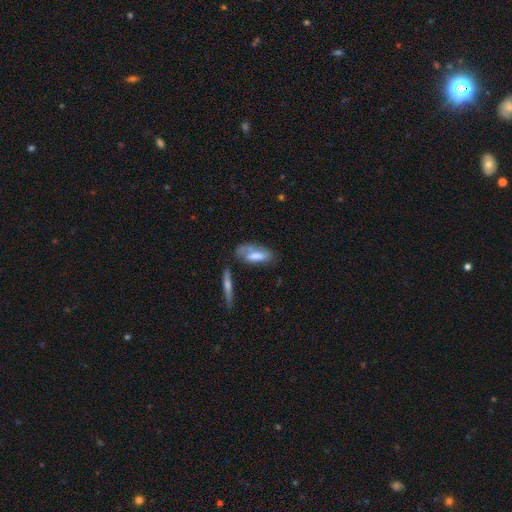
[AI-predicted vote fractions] Smooth or featured? smooth (61%)
How rounded? in between (66%)
Merging? none (46%)